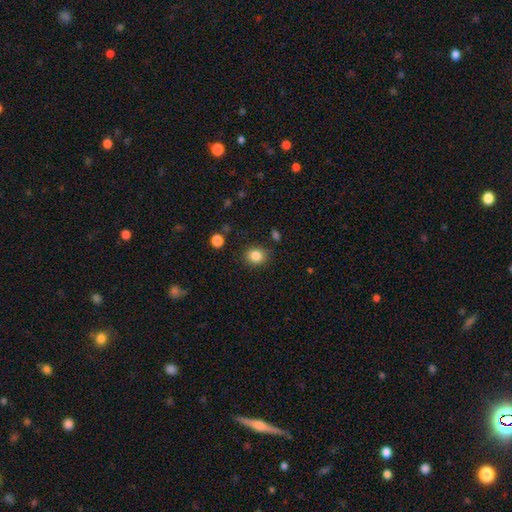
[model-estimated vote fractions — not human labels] Smooth or featured? smooth (85%)
How rounded? round (68%)
Merging? none (85%)